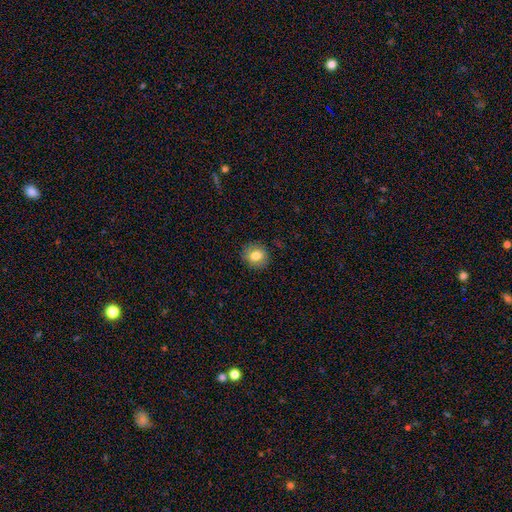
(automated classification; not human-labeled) Morphology: type=smooth (79%); roundness=round (78%); merging=none (89%).